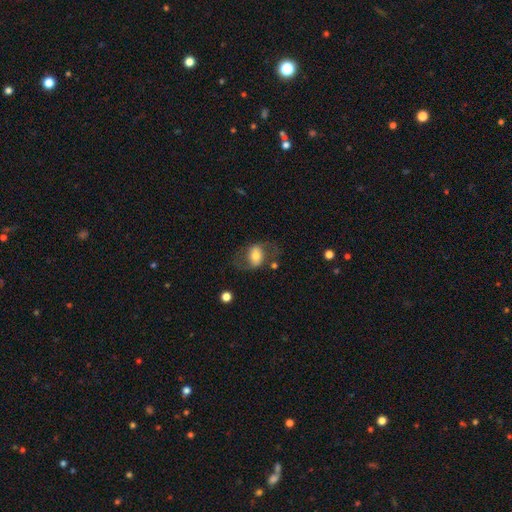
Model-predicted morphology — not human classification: Overall: smooth (51%; featured or disk 41%). How rounded: in between (69%; round 30%). Merging: none (57%; major disturbance 20%).